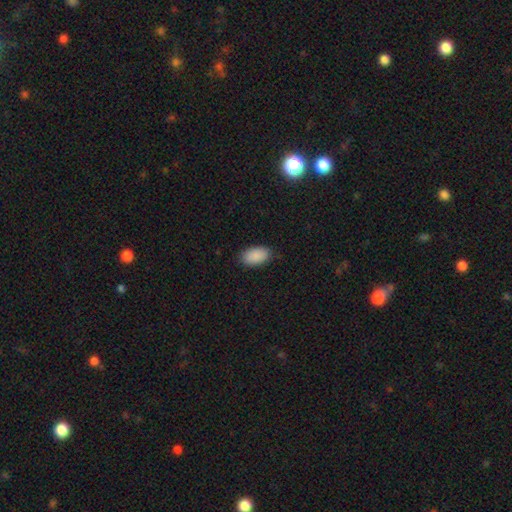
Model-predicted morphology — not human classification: A smooth galaxy with no disk features (90%) that is in between round and cigar-shaped (95%). Merging: none (86%).